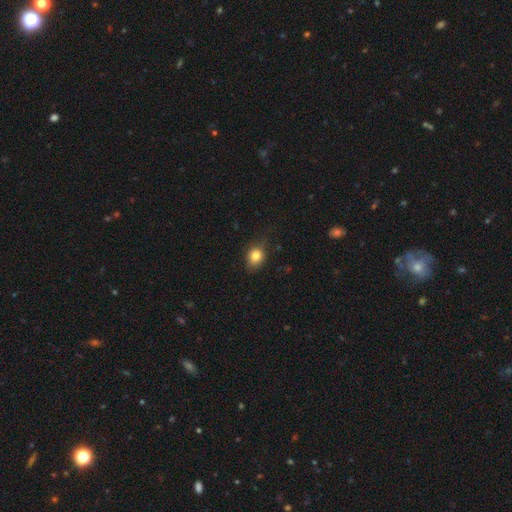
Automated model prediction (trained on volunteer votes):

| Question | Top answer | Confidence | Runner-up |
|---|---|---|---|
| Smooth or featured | smooth | 82% | star or artifact (10%) |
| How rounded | round | 53% | in between (46%) |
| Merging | none | 71% | minor disturbance (22%) |